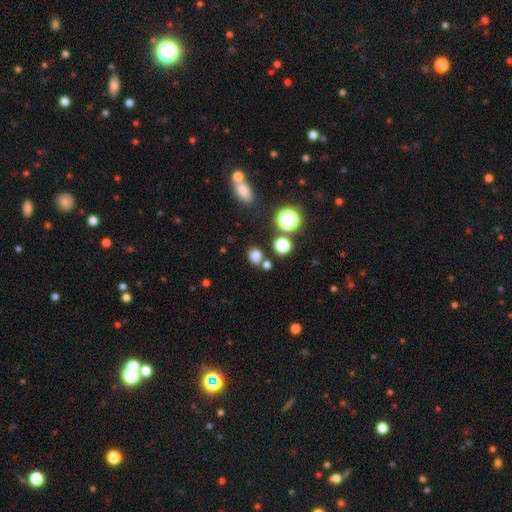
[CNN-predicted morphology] A smooth galaxy with no disk features (75%) that is round (70%).

Vote fractions:
- Smooth or featured? smooth: 75% / star or artifact: 20% / featured or disk: 6%
- How rounded? round: 70% / in between: 29% / cigar-shaped: 1%
- Merging? none: 74% / minor disturbance: 12% / merger: 11% / major disturbance: 4%